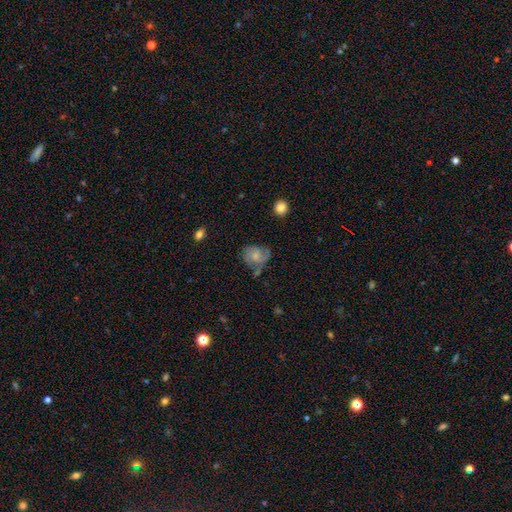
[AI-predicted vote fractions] This appears to be a featured or disk galaxy (50%). Merging: none (47%).